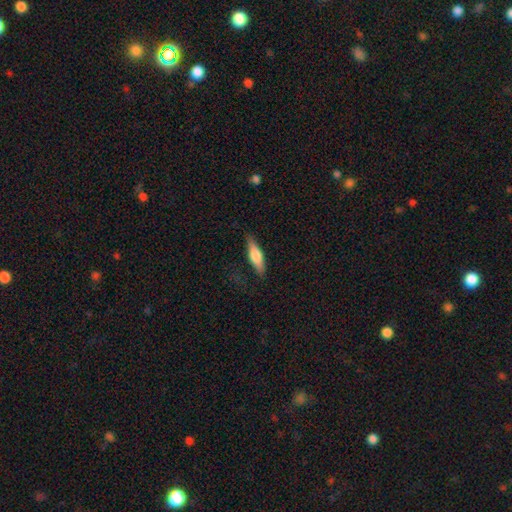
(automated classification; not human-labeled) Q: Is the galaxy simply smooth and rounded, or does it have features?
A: smooth — 61%.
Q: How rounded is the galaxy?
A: cigar-shaped — 55%.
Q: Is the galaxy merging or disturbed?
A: none — 77%.